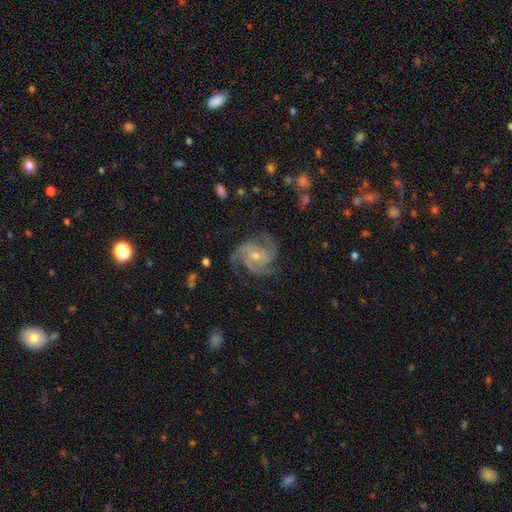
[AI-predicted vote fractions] The model was most divided on "spiral winding": medium: 47%, tight: 43%, loose: 10%. More confident: edge-on disk — no (98%); spiral arms — yes (98%); smooth or featured — featured or disk (89%); merging — none (74%); bar — no (63%); bulge size — small (57%); spiral arm count — 3 (55%).